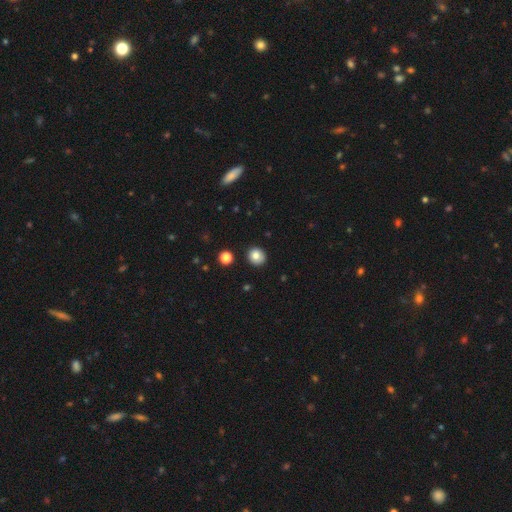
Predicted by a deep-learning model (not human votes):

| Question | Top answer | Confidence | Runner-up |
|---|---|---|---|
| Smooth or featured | smooth | 81% | star or artifact (10%) |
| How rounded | round | 87% | in between (12%) |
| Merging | none | 90% | minor disturbance (6%) |